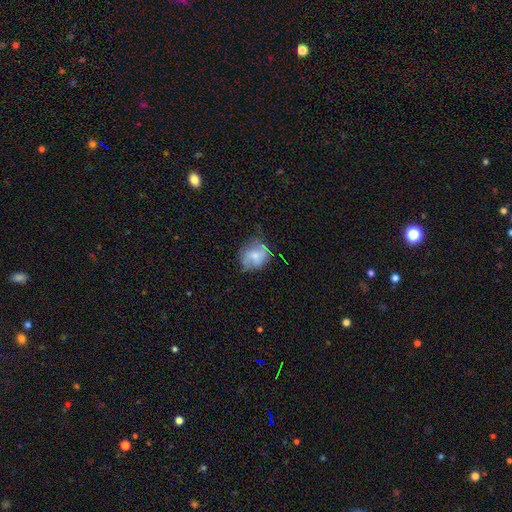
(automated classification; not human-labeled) Overall: smooth (54%; featured or disk 37%). How rounded: round (57%; in between 41%). Merging: none (56%; minor disturbance 30%).